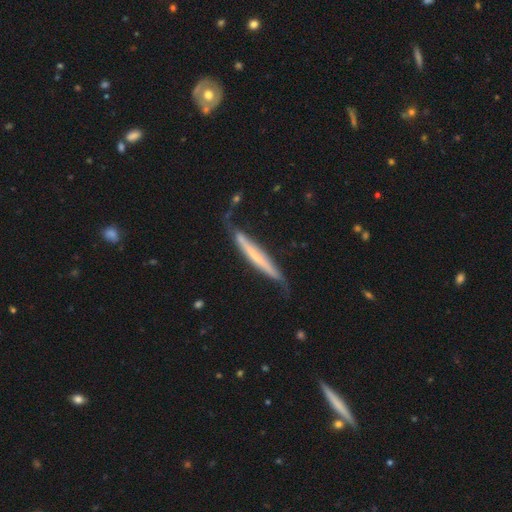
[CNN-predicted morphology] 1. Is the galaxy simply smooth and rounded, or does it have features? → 54% featured or disk, 41% smooth, 6% star or artifact.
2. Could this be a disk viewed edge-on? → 86% yes, 14% no.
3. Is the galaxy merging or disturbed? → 53% none, 31% minor disturbance, 12% major disturbance, 4% merger.